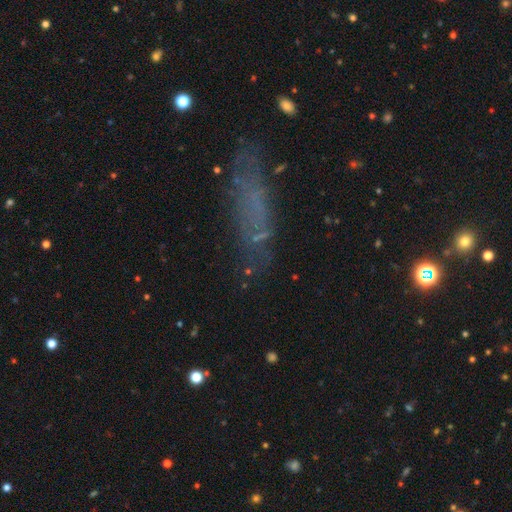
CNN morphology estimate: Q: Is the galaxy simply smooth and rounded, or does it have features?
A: smooth — 45%.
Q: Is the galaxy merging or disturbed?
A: none — 63%.